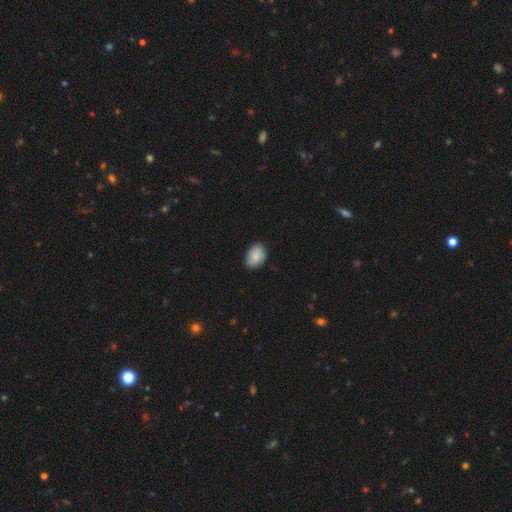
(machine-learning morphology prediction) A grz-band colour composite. It shows a smooth galaxy with no disk features (82%) that is in between round and cigar-shaped (81%). Merging: none (76%).